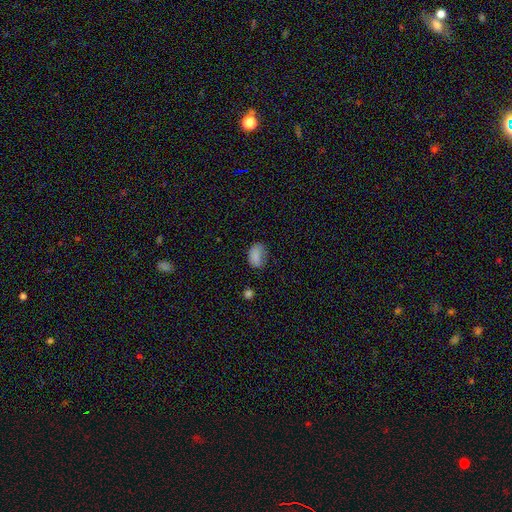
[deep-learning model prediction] Smooth or featured? Predicted: smooth (p=0.83). How rounded? Predicted: in between (p=0.82). Merging? Predicted: none (p=0.57).